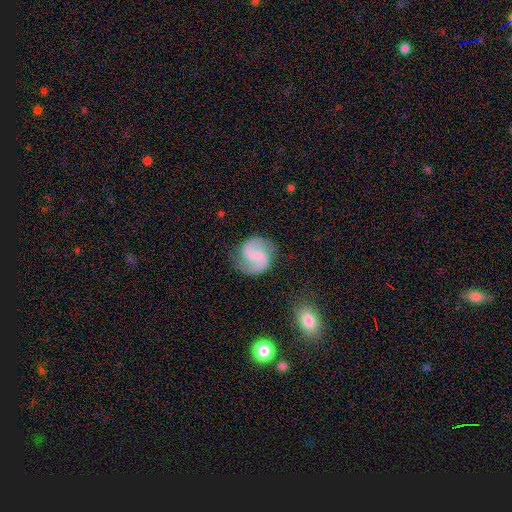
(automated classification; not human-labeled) smooth_or_featured: featured or disk (p=0.83) [alt: smooth p=0.12]
disk_edge_on: no (p=0.98) [alt: yes p=0.02]
bar: weak (p=0.47) [alt: no p=0.31]
has_spiral_arms: yes (p=0.97) [alt: no p=0.03]
spiral_winding: medium (p=0.52) [alt: loose p=0.33]
spiral_arm_count: 2 (p=0.93) [alt: can't tell p=0.02]
bulge_size: none (p=0.48) [alt: small p=0.36]
merging: none (p=0.81) [alt: minor disturbance p=0.13]